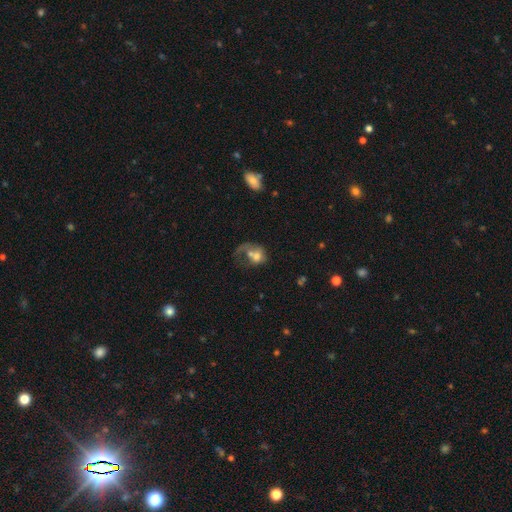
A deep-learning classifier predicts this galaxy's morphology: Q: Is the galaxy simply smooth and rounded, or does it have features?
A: smooth — 46%.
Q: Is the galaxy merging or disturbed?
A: merger — 47%.